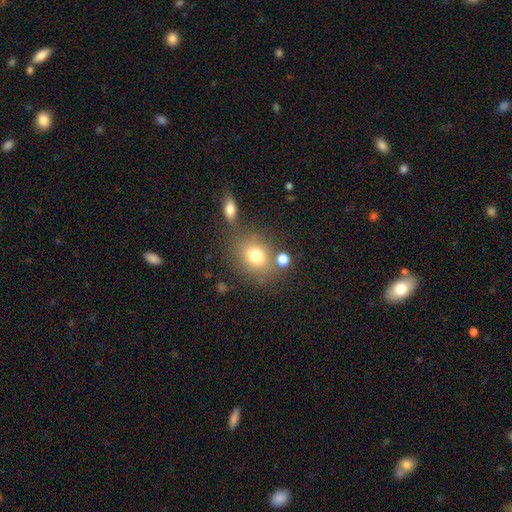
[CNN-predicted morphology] smooth 75%, star or artifact 13%, featured or disk 12%. Down the decision tree: how rounded — round (54%); merging — none (68%).